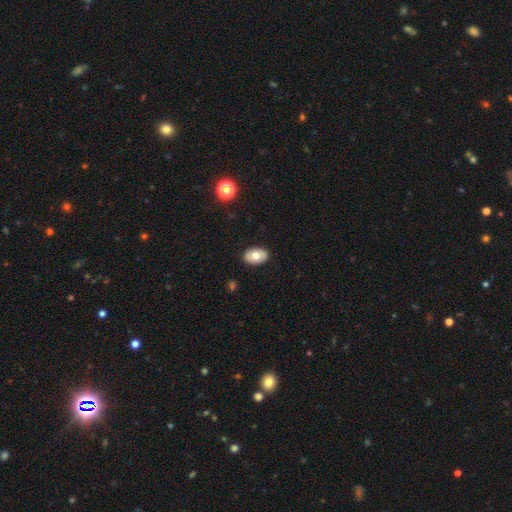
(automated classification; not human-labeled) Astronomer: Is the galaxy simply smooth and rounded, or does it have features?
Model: smooth — 70%.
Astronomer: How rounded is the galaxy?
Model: in between — 86%.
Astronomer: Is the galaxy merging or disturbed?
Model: none — 88%.